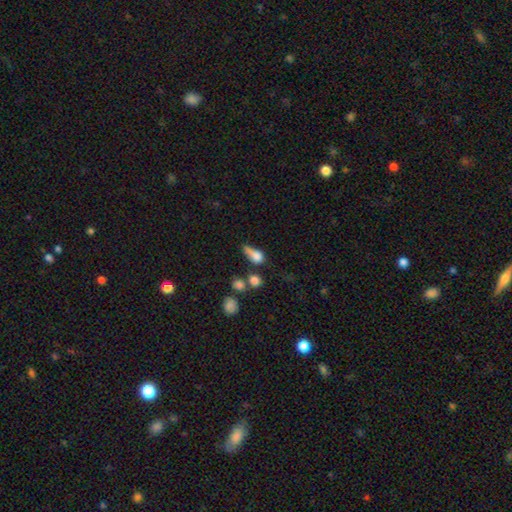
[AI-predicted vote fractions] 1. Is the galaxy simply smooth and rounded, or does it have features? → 71% smooth, 16% featured or disk, 12% star or artifact.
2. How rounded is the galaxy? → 60% in between, 30% round, 10% cigar-shaped.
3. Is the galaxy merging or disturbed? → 27% none, 26% major disturbance, 25% minor disturbance, 22% merger.